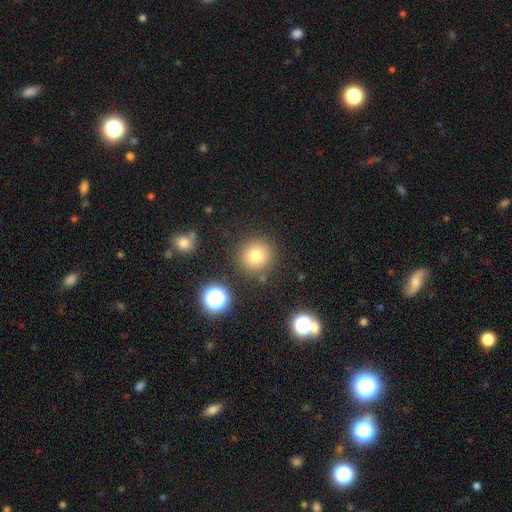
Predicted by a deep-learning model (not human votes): The model was most divided on "smooth or featured": smooth: 79%, star or artifact: 13%, featured or disk: 7%. More confident: how rounded — round (93%); merging — none (85%).